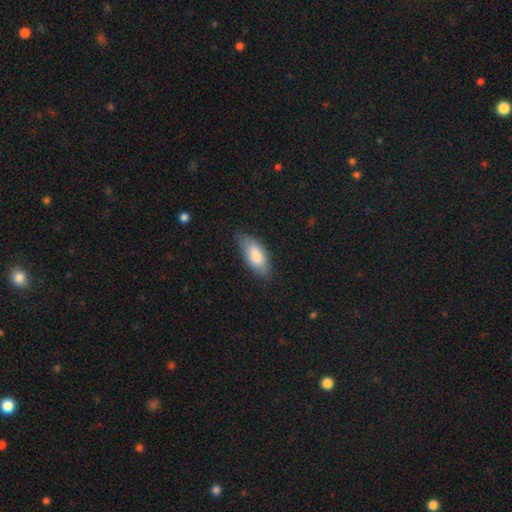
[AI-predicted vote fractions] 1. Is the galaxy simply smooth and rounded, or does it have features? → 80% smooth, 14% featured or disk, 6% star or artifact.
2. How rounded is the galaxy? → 85% in between, 13% cigar-shaped, 2% round.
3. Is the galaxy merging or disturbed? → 75% none, 20% minor disturbance, 3% major disturbance, 1% merger.